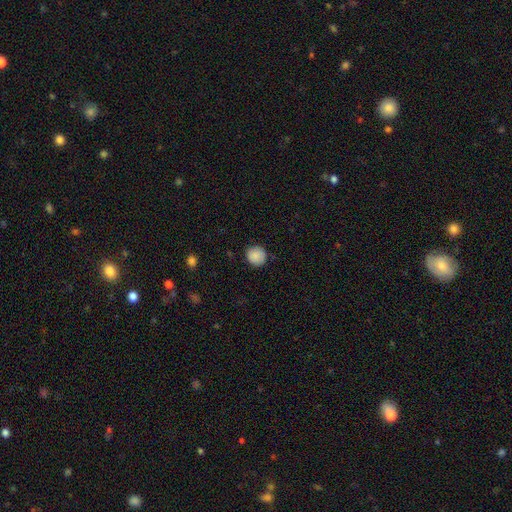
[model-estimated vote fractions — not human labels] smooth 86%, star or artifact 8%, featured or disk 6%. Down the decision tree: how rounded — round (88%); merging — none (84%).